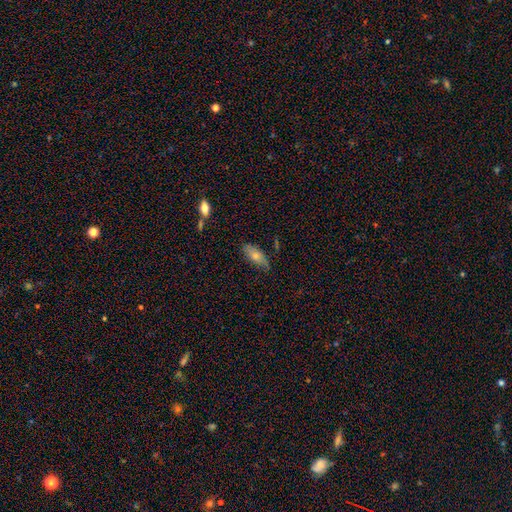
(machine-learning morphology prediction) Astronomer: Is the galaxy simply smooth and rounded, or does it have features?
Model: smooth — 69%.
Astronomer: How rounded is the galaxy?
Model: in between — 83%.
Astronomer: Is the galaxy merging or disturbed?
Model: none — 70%.